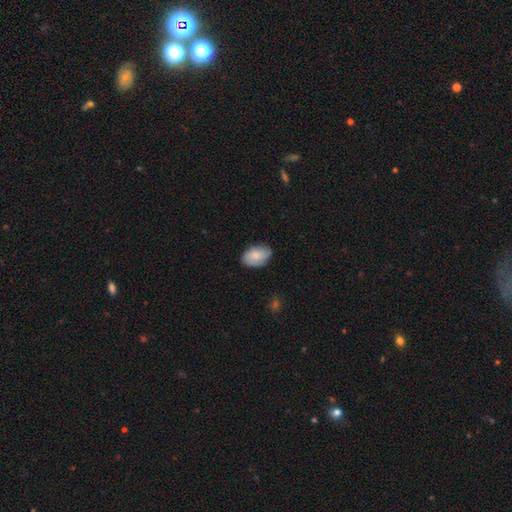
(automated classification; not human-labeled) Smooth or featured: smooth — 78% (featured or disk — 16%)
How rounded: in between — 89% (round — 10%)
Merging: none — 77% (minor disturbance — 18%)